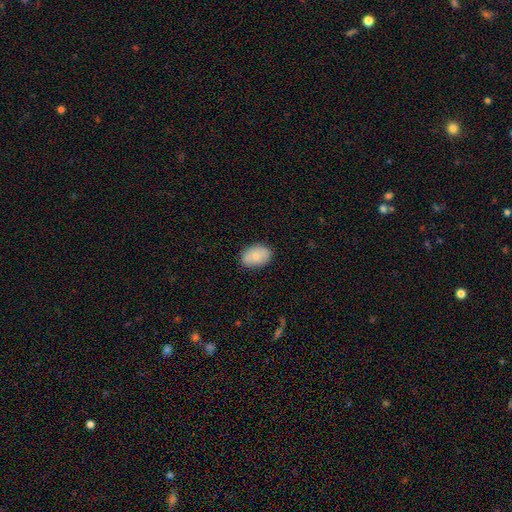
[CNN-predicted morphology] smooth_or_featured: smooth (p=0.83) [alt: featured or disk p=0.10]
how_rounded: in between (p=0.81) [alt: round p=0.18]
merging: none (p=0.83) [alt: minor disturbance p=0.13]